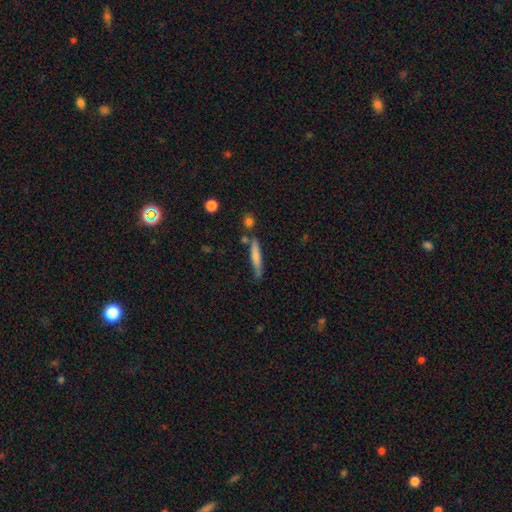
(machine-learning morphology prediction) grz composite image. It shows a smooth galaxy with no disk features (69%) that is cigar-shaped (91%). Merging: none (73%).